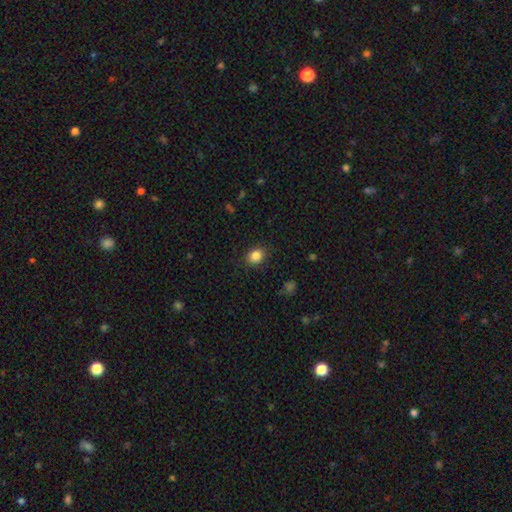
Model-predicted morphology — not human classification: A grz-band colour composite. It shows a smooth galaxy with no disk features (85%) that is round (56%). Merging: none (87%).